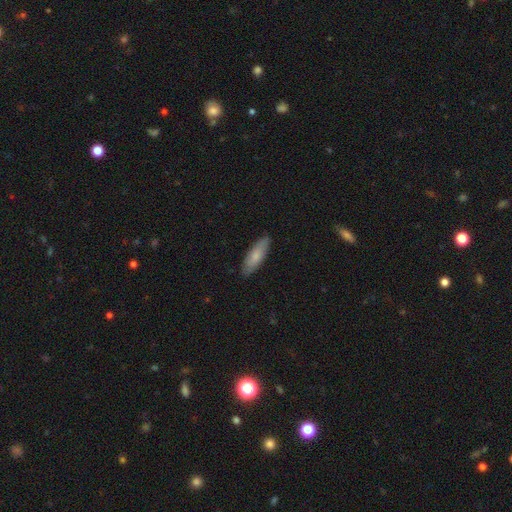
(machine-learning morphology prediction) This appears to be a smooth galaxy with no disk features (77%) that is in between round and cigar-shaped (53%). Merging: none (86%).